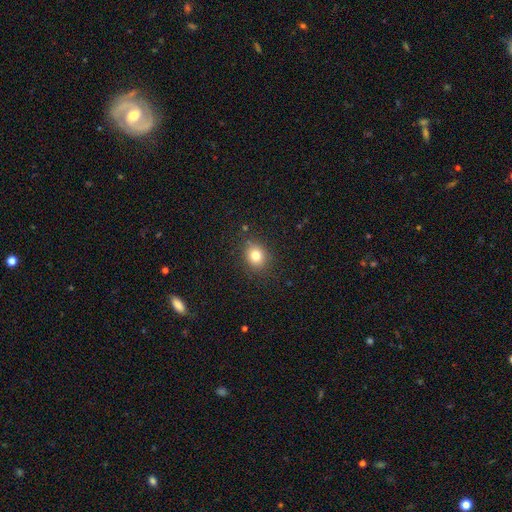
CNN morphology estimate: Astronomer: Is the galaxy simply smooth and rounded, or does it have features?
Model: smooth — 79%.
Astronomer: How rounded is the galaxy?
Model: round — 70%.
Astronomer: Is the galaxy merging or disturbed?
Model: none — 86%.